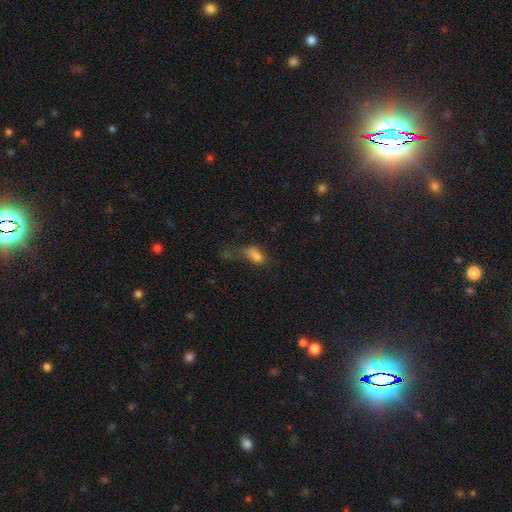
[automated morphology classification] Smooth or featured?
  - smooth: 71% *
  - featured or disk: 15%
  - star or artifact: 14%
How rounded?
  - in between: 81% *
  - cigar-shaped: 11%
  - round: 8%
Merging?
  - major disturbance: 46% *
  - none: 23%
  - minor disturbance: 21%
  - merger: 10%